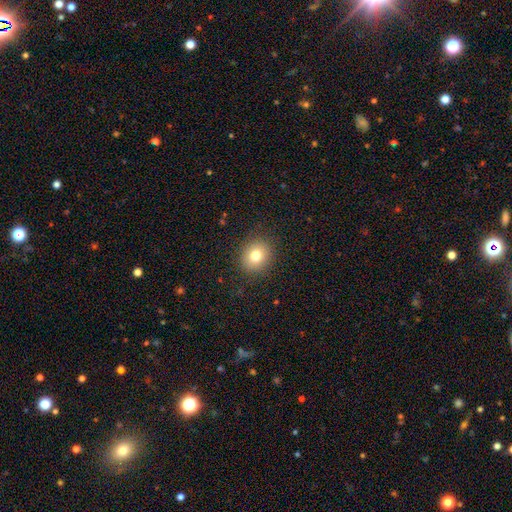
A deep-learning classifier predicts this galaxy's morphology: Q: Smooth or featured?
A: smooth (78%); runner-up: star or artifact (12%)
Q: How rounded?
A: round (71%); runner-up: in between (28%)
Q: Merging?
A: none (88%); runner-up: minor disturbance (8%)